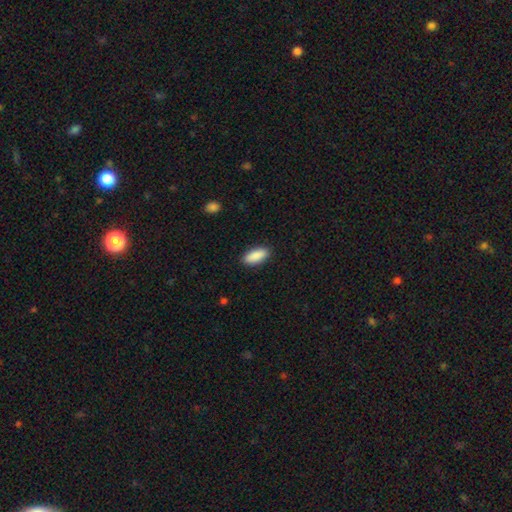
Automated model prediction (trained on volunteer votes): Smooth or featured? smooth (90%)
How rounded? in between (82%)
Merging? none (89%)